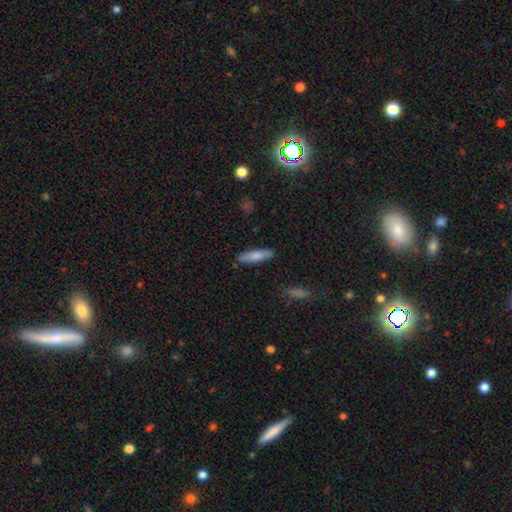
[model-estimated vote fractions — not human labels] smooth-or-featured: smooth: 78% | featured or disk: 16% | star or artifact: 6%
  how-rounded: cigar-shaped: 59% | in between: 40% | round: 2%
  merging: none: 86% | minor disturbance: 10% | major disturbance: 2% | merger: 2%